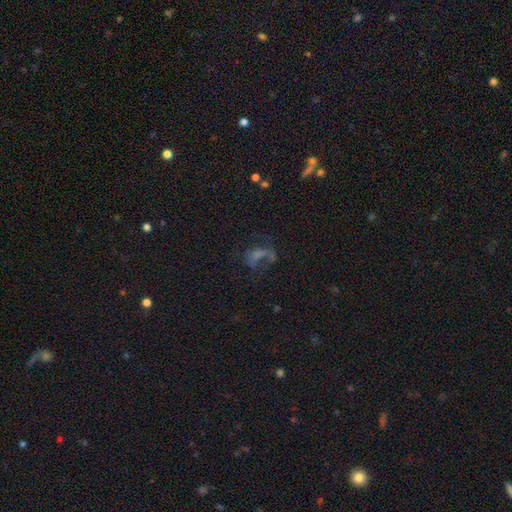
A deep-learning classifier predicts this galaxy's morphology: A featured or disk galaxy (42%).

Vote fractions:
- Smooth or featured? featured or disk: 42% / star or artifact: 33% / smooth: 26%
- Merging? major disturbance: 42% / none: 36% / minor disturbance: 16% / merger: 7%